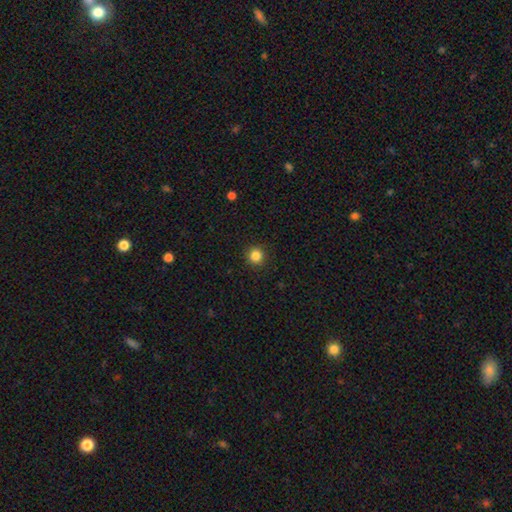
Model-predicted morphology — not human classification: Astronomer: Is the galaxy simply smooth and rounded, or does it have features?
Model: smooth — 84%.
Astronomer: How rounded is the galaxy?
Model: round — 95%.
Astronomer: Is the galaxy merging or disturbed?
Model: none — 92%.